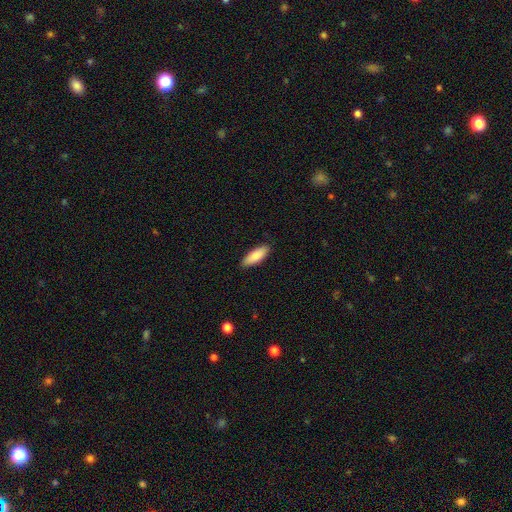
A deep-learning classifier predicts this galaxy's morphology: Smooth or featured? Predicted: smooth (p=0.86). How rounded? Predicted: in between (p=0.65). Merging? Predicted: none (p=0.87).